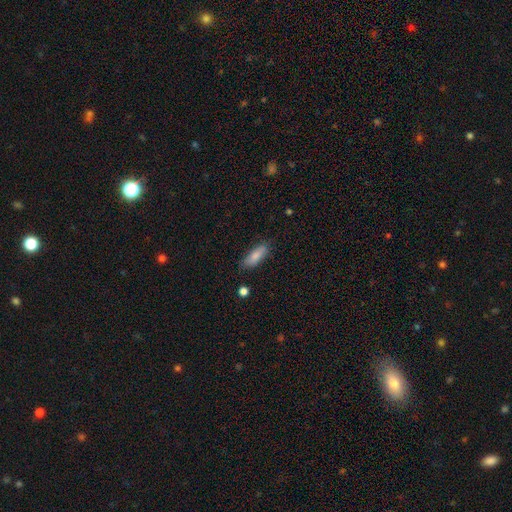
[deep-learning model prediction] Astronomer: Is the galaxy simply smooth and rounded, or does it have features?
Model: smooth — 83%.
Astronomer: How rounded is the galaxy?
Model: in between — 65%.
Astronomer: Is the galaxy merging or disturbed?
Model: none — 80%.